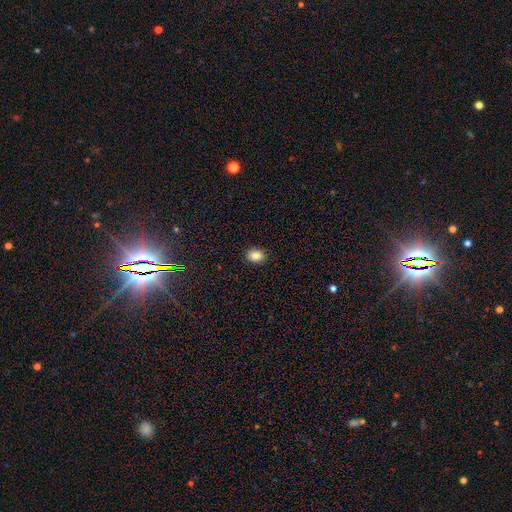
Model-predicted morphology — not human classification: A smooth galaxy with no disk features (87%) that is in between round and cigar-shaped (68%).

Vote fractions:
- Smooth or featured? smooth: 87% / star or artifact: 9% / featured or disk: 4%
- How rounded? in between: 68% / round: 31% / cigar-shaped: 1%
- Merging? none: 89% / minor disturbance: 8% / major disturbance: 2% / merger: 1%